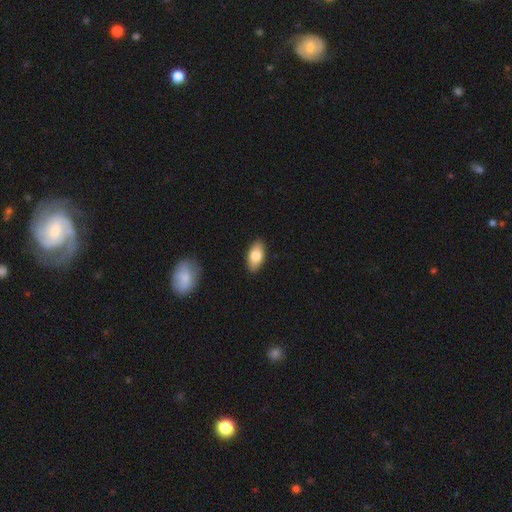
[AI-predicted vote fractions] Overall: smooth (79%). How rounded: in between (92%). Merging: none (89%).